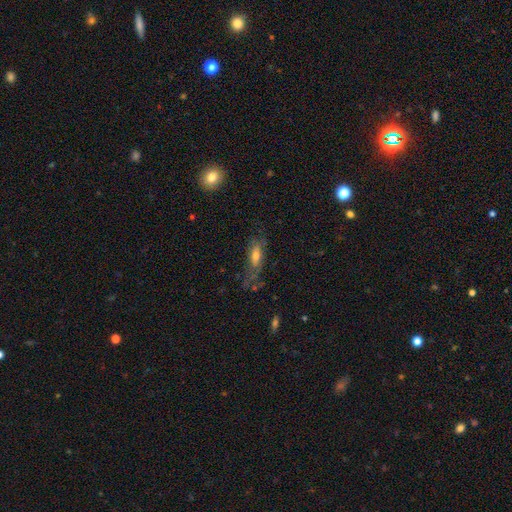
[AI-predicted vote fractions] smooth 51%, featured or disk 40%, star or artifact 9%. Down the decision tree: how rounded — in between (59%); merging — none (43%).